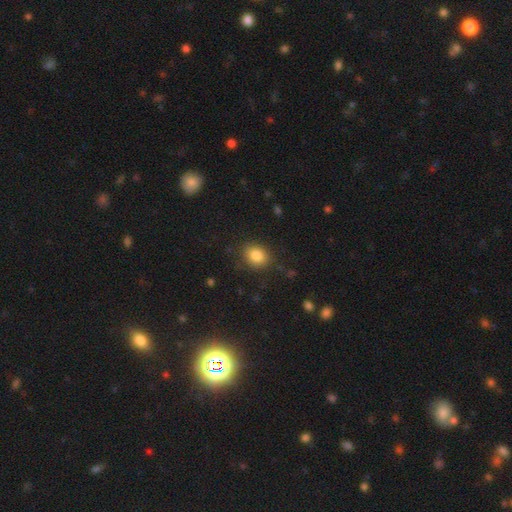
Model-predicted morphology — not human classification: Q: Smooth or featured?
A: smooth (84%); runner-up: star or artifact (10%)
Q: How rounded?
A: round (55%); runner-up: in between (44%)
Q: Merging?
A: none (84%); runner-up: minor disturbance (12%)